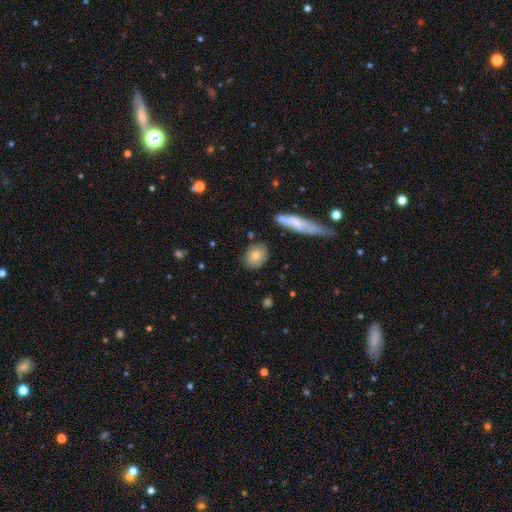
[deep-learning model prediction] A smooth galaxy with no disk features (76%) that is round (53%).

Vote fractions:
- Smooth or featured? smooth: 76% / featured or disk: 16% / star or artifact: 8%
- How rounded? round: 53% / in between: 44% / cigar-shaped: 4%
- Merging? none: 80% / minor disturbance: 13% / merger: 4% / major disturbance: 3%